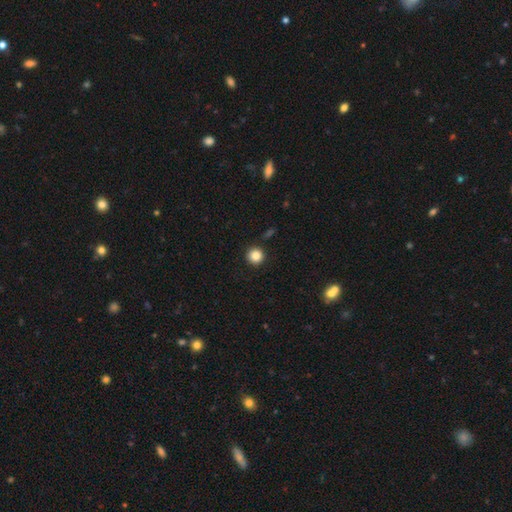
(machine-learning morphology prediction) smooth-or-featured: smooth: 84% | star or artifact: 10% | featured or disk: 5%
  how-rounded: round: 95% | in between: 4% | cigar-shaped: 1%
  merging: none: 92% | minor disturbance: 5% | major disturbance: 2% | merger: 2%